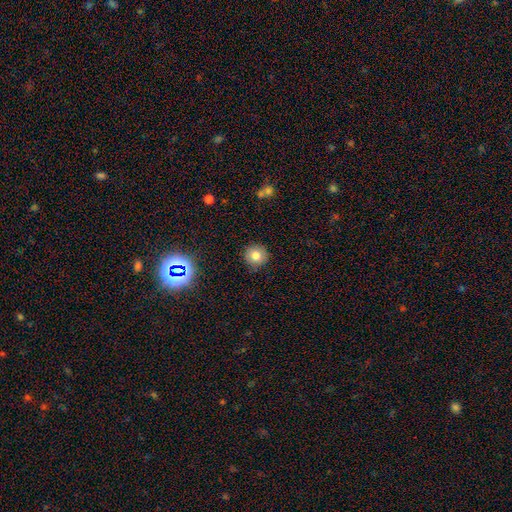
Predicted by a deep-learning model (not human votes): Smooth or featured? Predicted: smooth (p=0.78). How rounded? Predicted: round (p=0.93). Merging? Predicted: none (p=0.89).